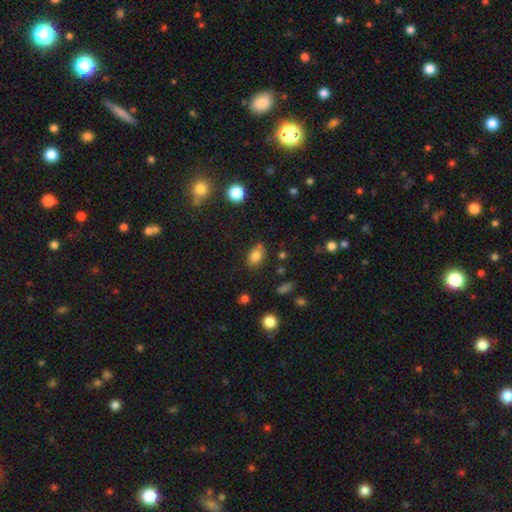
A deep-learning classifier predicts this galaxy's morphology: This is clearly a smooth galaxy (81%). How rounded: clearly in between (86%). Merging: likely none (70%).